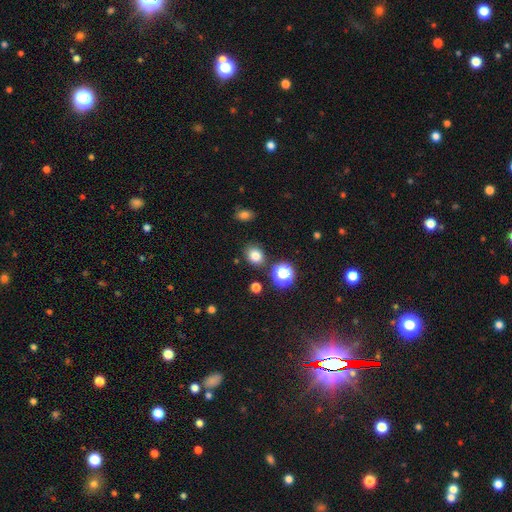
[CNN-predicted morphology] Q: Smooth or featured?
A: smooth (78%); runner-up: star or artifact (16%)
Q: How rounded?
A: round (56%); runner-up: in between (43%)
Q: Merging?
A: none (82%); runner-up: minor disturbance (10%)